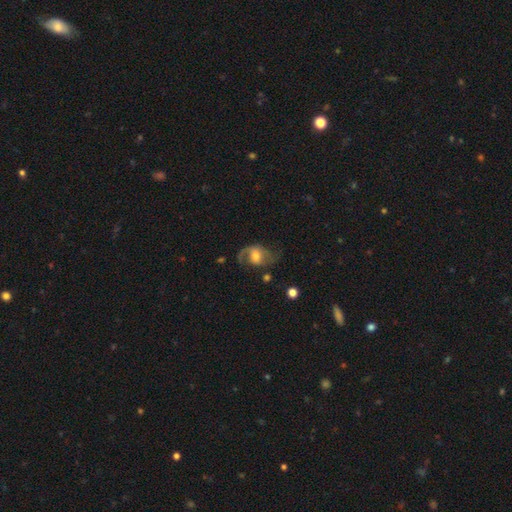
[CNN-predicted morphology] The model was most divided on "bar": no: 46%, weak: 42%, strong: 13%. More confident: edge-on disk — no (97%); spiral arms — yes (89%); smooth or featured — featured or disk (71%); spiral arm count — 2 (67%); bulge size — moderate (56%); spiral winding — loose (53%); merging — none (52%).